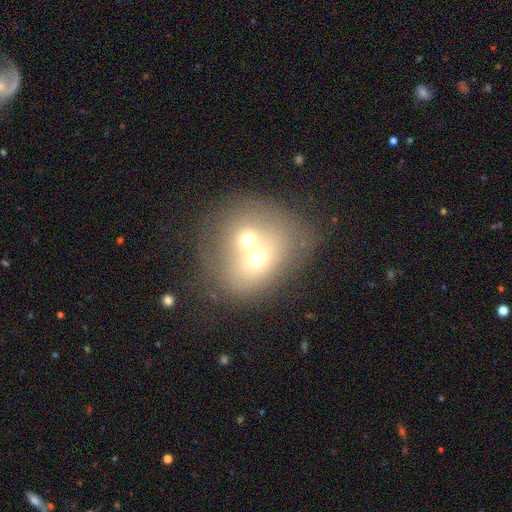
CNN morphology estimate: Smooth or featured? Predicted: smooth (p=0.57). How rounded? Predicted: round (p=0.66). Merging? Predicted: merger (p=0.70).